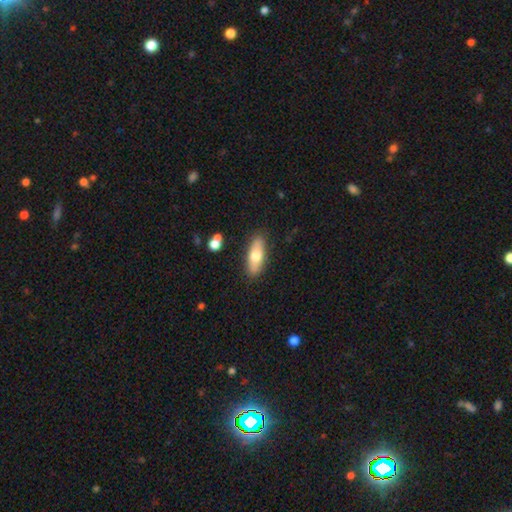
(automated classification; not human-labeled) A smooth galaxy with no disk features (66%) that is in between round and cigar-shaped (67%). Merging: none (85%).